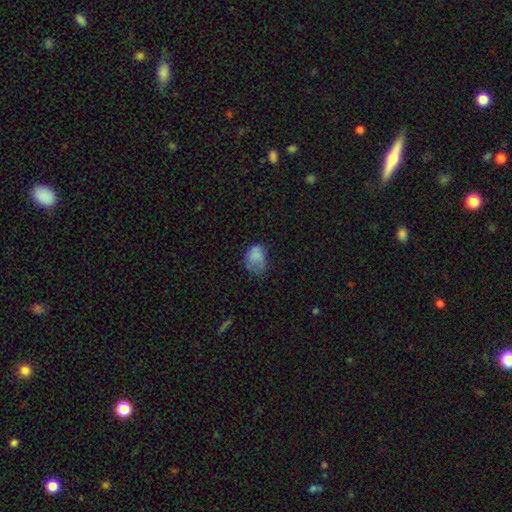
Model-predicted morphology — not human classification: smooth_or_featured: smooth (p=0.73) [alt: featured or disk p=0.15]
how_rounded: in between (p=0.67) [alt: round p=0.32]
merging: none (p=0.44) [alt: minor disturbance p=0.33]